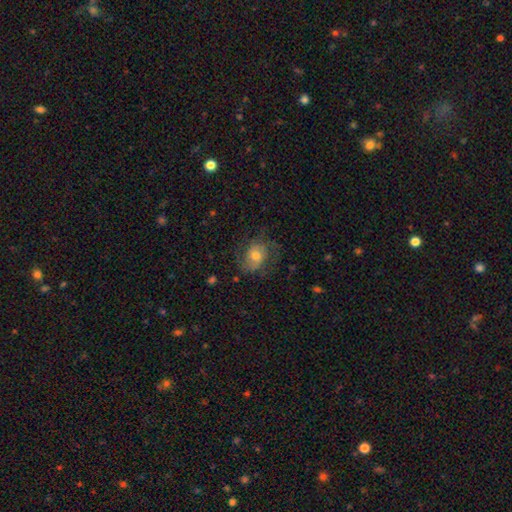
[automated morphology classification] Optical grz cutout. It shows a featured or disk galaxy (50%). Merging: none (61%).